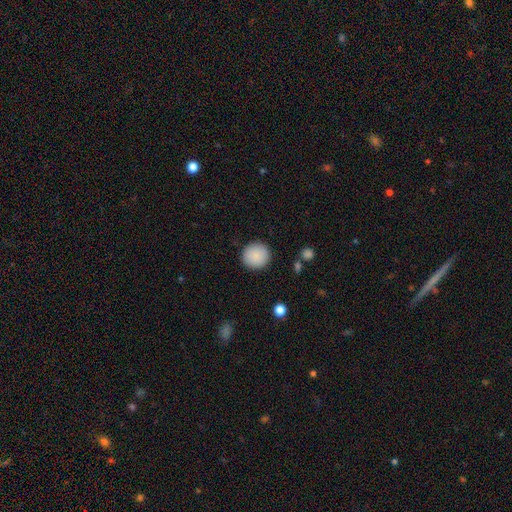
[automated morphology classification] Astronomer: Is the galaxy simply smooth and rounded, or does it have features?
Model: smooth — 89%.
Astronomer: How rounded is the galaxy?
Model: round — 93%.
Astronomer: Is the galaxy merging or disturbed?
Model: none — 91%.